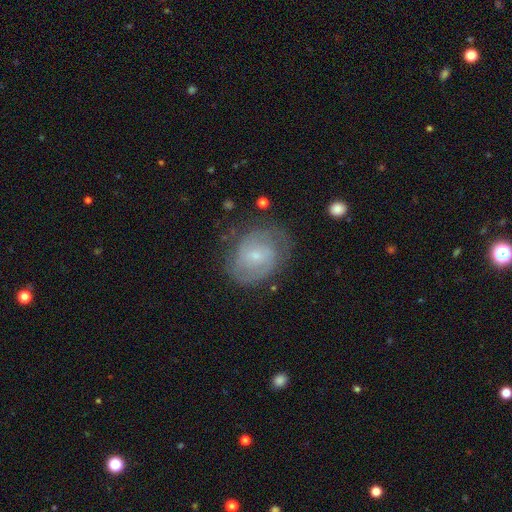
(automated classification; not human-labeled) featured or disk 69%, smooth 24%, star or artifact 7%. Down the decision tree: edge-on disk — no (97%); bar — weak (47%); spiral arms — yes (87%); spiral arm count — 2 (56%); spiral winding — tight (48%); bulge size — small (68%); merging — none (68%).